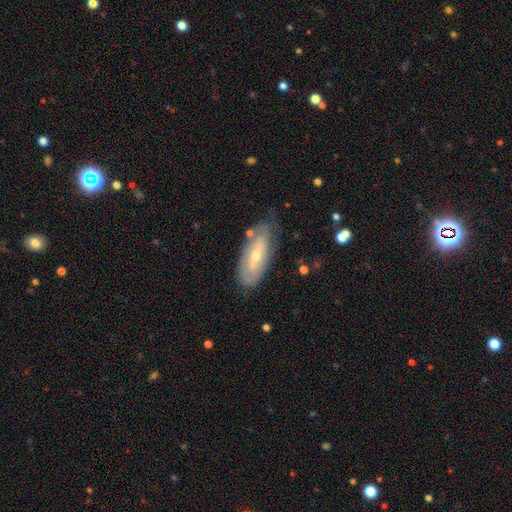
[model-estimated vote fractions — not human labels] Morphology: type=featured or disk (58%); edge-on=no (82%); merging=none (71%).